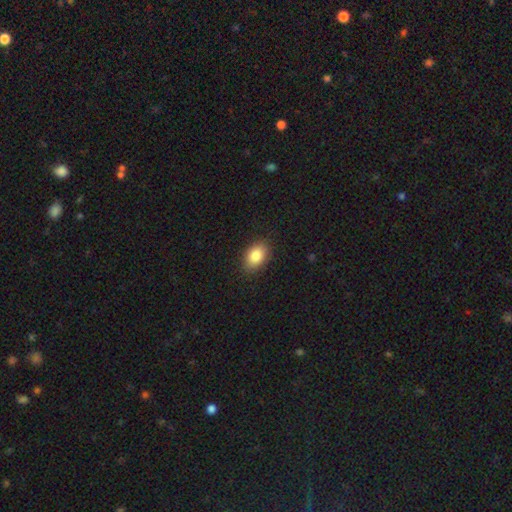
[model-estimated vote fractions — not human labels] smooth_or_featured: smooth (p=0.86) [alt: star or artifact p=0.08]
how_rounded: in between (p=0.86) [alt: round p=0.13]
merging: none (p=0.86) [alt: minor disturbance p=0.10]